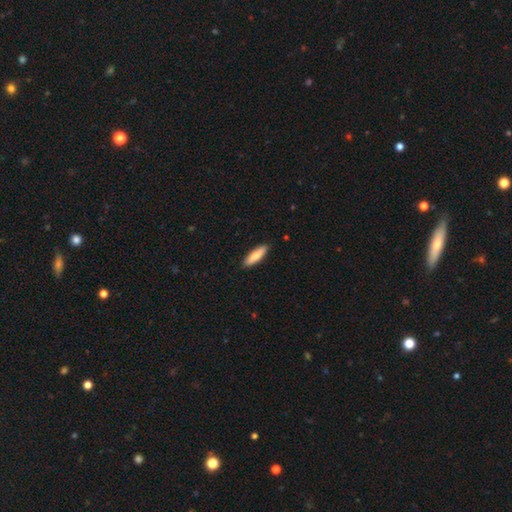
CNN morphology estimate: A smooth galaxy with no disk features (77%) that is cigar-shaped (61%).

Vote fractions:
- Smooth or featured? smooth: 77% / featured or disk: 18% / star or artifact: 5%
- How rounded? cigar-shaped: 61% / in between: 37% / round: 2%
- Merging? none: 90% / minor disturbance: 8% / major disturbance: 2% / merger: 1%